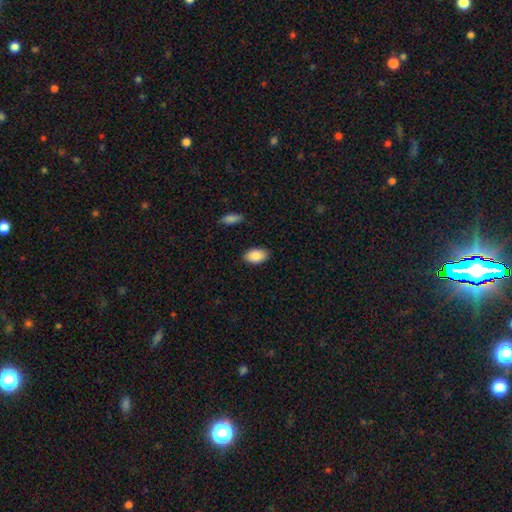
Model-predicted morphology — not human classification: Smooth or featured? Predicted: smooth (p=0.86). How rounded? Predicted: in between (p=0.94). Merging? Predicted: none (p=0.88).